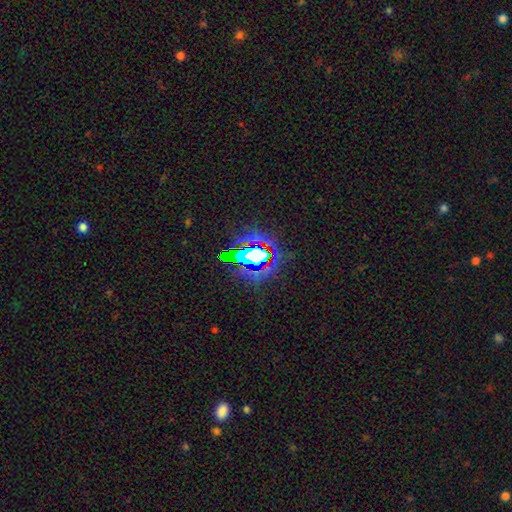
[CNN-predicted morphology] The model was most divided on "smooth or featured": star or artifact: 65%, smooth: 19%, featured or disk: 16%.